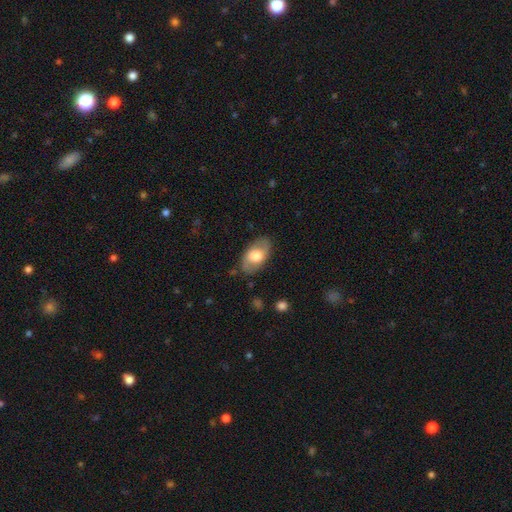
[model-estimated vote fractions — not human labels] This is possibly a smooth galaxy (57%). How rounded: clearly in between (92%). Merging: clearly none (82%).